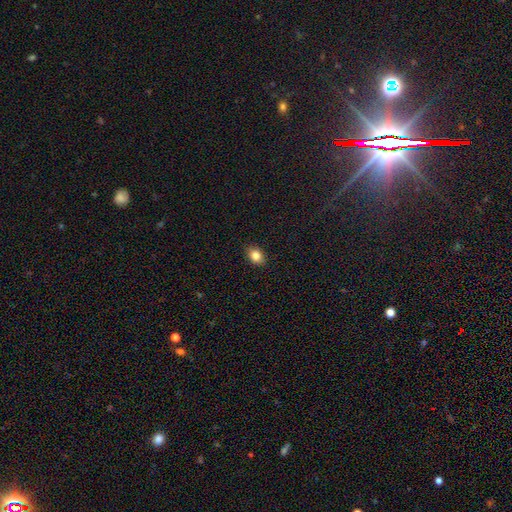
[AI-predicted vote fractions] Morphology: type=smooth (84%); roundness=in between (64%); merging=none (88%).